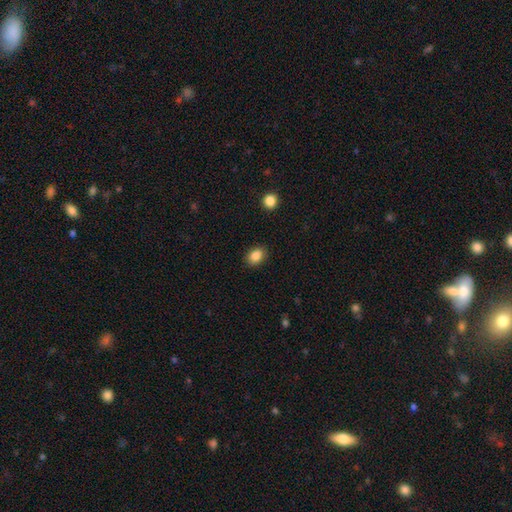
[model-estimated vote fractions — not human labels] smooth_or_featured: smooth (p=0.87) [alt: star or artifact p=0.09]
how_rounded: in between (p=0.67) [alt: round p=0.32]
merging: none (p=0.88) [alt: minor disturbance p=0.09]